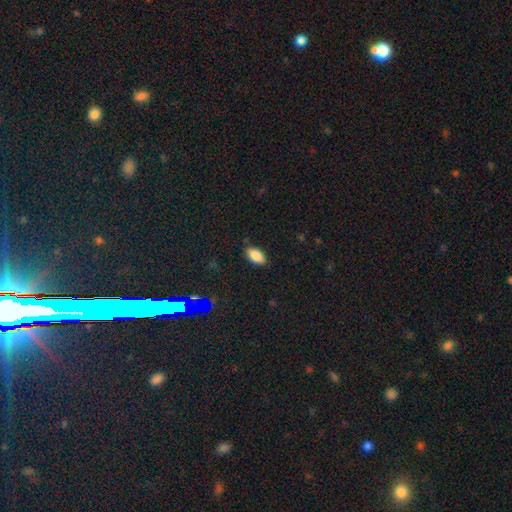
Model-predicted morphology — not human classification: Smooth or featured?
  - smooth: 85% *
  - star or artifact: 9%
  - featured or disk: 7%
How rounded?
  - in between: 92% *
  - cigar-shaped: 4%
  - round: 4%
Merging?
  - none: 86% *
  - minor disturbance: 11%
  - major disturbance: 2%
  - merger: 1%